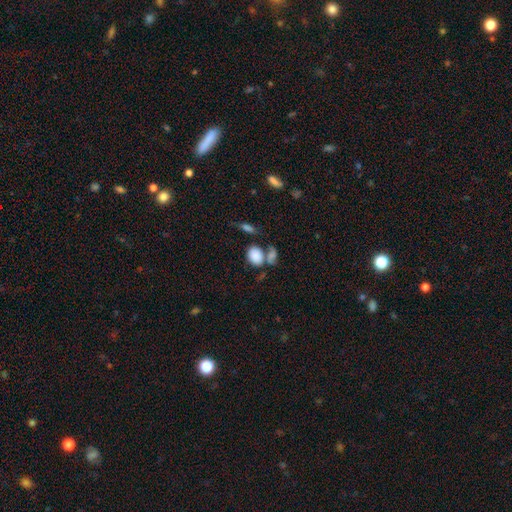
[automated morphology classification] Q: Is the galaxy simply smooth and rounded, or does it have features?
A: smooth — 84%.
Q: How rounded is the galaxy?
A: in between — 63%.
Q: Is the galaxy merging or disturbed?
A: none — 42%.